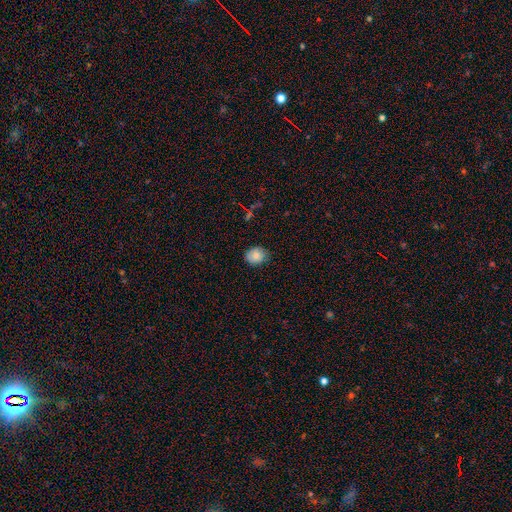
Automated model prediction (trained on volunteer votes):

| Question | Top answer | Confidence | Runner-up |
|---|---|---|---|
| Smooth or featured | smooth | 82% | star or artifact (10%) |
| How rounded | round | 63% | in between (36%) |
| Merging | none | 78% | minor disturbance (19%) |